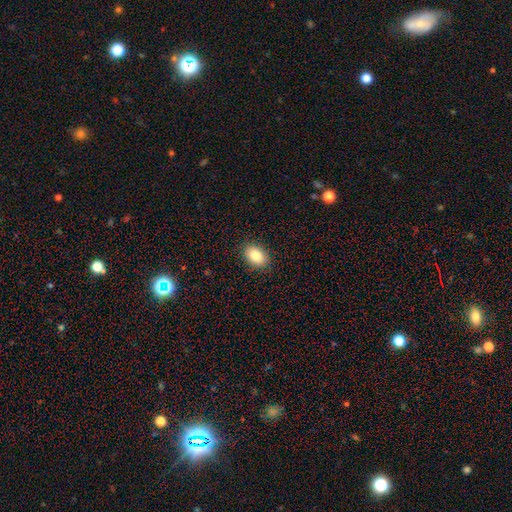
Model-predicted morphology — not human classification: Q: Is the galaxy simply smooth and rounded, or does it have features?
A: smooth — 83%.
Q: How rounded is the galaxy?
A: in between — 79%.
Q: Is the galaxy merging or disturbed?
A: none — 89%.